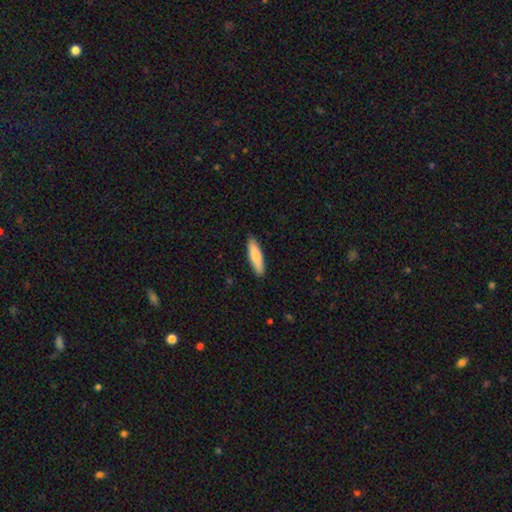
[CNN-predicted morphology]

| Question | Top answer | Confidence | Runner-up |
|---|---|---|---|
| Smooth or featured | smooth | 79% | featured or disk (16%) |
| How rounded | cigar-shaped | 71% | in between (28%) |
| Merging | none | 90% | minor disturbance (8%) |